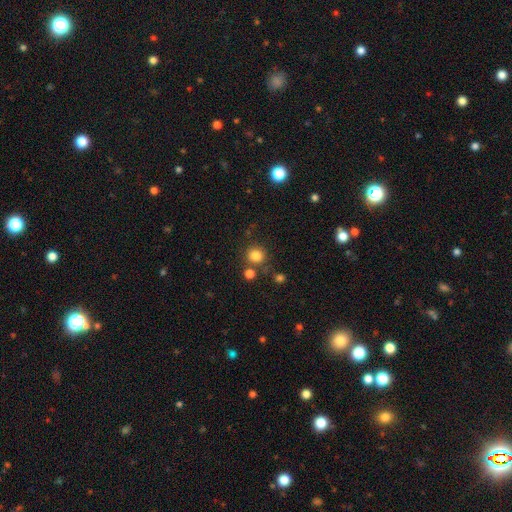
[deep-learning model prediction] A smooth galaxy with no disk features (82%) that is round (90%). Merging: none (77%).